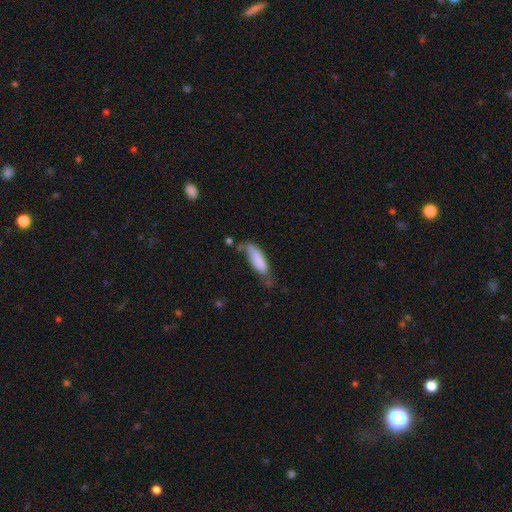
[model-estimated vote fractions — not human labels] This appears to be a smooth galaxy with no disk features (76%) that is cigar-shaped (52%). Merging: none (39%).